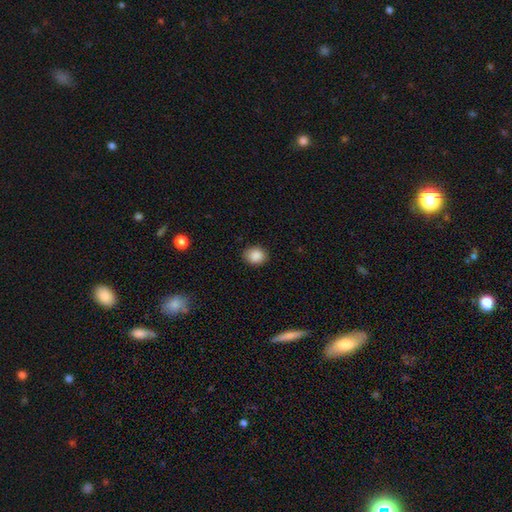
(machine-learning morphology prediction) Smooth or featured? Predicted: smooth (p=0.88). How rounded? Predicted: round (p=0.60). Merging? Predicted: none (p=0.84).